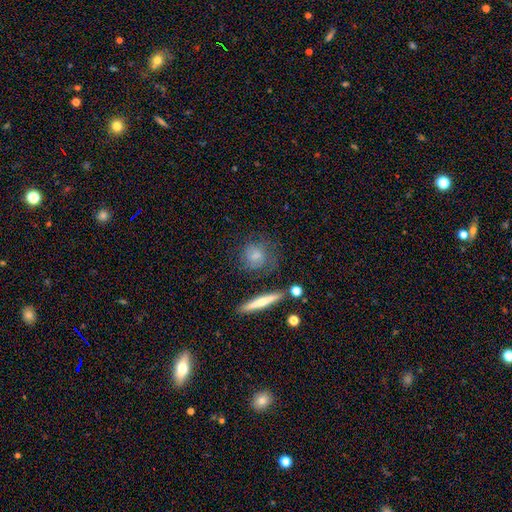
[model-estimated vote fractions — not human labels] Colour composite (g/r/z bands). It shows a smooth galaxy with no disk features (67%) that is round (69%). Merging: none (71%).